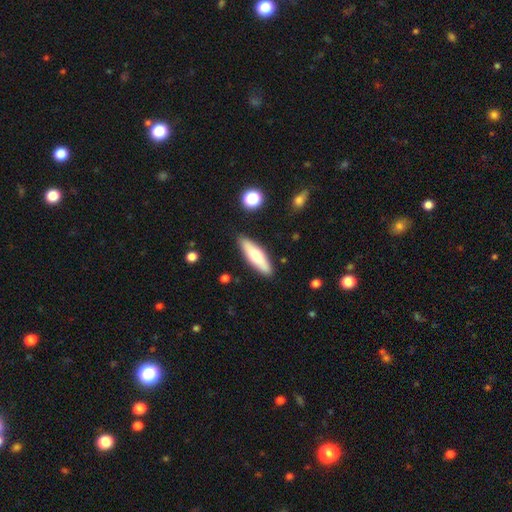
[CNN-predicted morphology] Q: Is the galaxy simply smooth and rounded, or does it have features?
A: smooth — 62%.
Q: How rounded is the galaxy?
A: cigar-shaped — 58%.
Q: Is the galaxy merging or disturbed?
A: none — 87%.